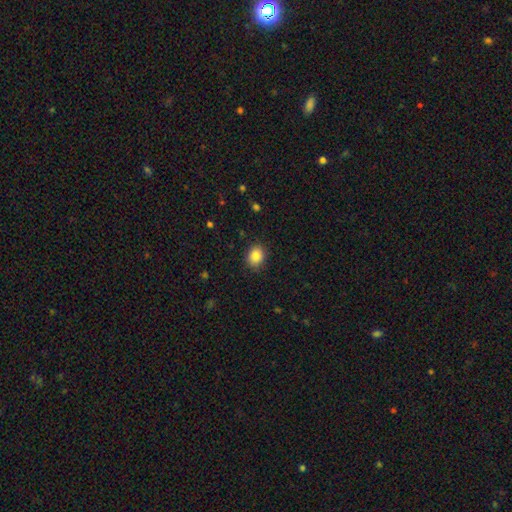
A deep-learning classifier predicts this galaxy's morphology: This appears to be a smooth galaxy with no disk features (85%) that is round (55%). Merging: none (88%).